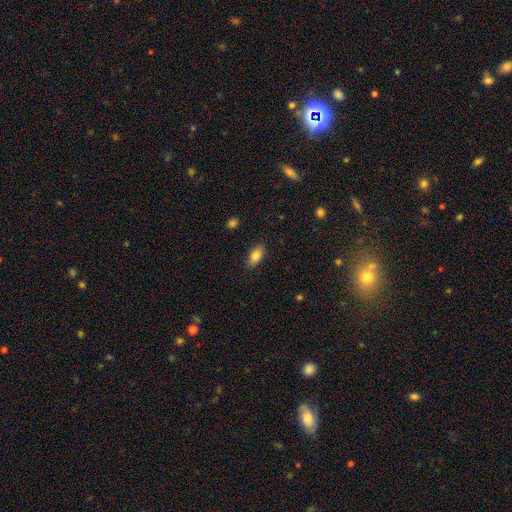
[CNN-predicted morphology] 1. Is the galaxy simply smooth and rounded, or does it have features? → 81% smooth, 11% featured or disk, 8% star or artifact.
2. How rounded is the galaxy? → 89% in between, 6% cigar-shaped, 5% round.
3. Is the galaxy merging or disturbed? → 86% none, 11% minor disturbance, 2% major disturbance, 1% merger.